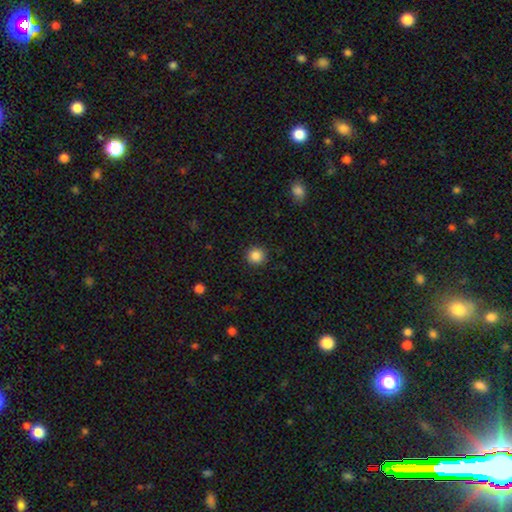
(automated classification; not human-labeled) A smooth galaxy with no disk features (86%) that is round (94%). Merging: none (91%).